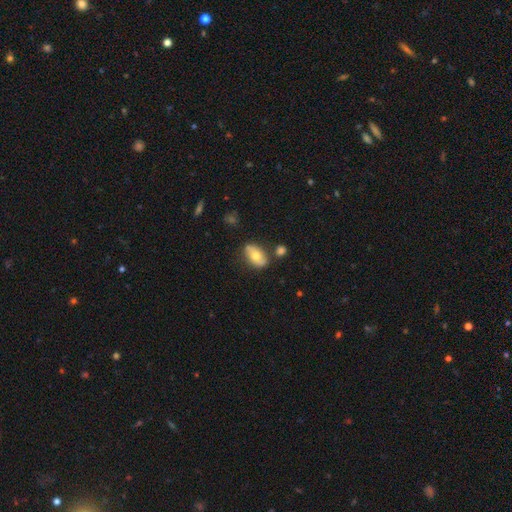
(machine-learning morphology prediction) A smooth galaxy with no disk features (60%) that is in between round and cigar-shaped (89%).

Vote fractions:
- Smooth or featured? smooth: 60% / featured or disk: 33% / star or artifact: 7%
- How rounded? in between: 89% / round: 8% / cigar-shaped: 3%
- Merging? none: 70% / minor disturbance: 17% / merger: 8% / major disturbance: 5%